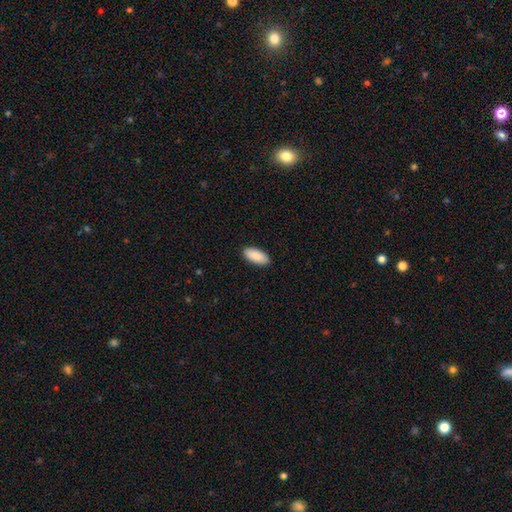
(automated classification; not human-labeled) smooth-or-featured: smooth: 91% | star or artifact: 5% | featured or disk: 4%
  how-rounded: in between: 91% | cigar-shaped: 8% | round: 2%
  merging: none: 90% | minor disturbance: 7% | major disturbance: 2% | merger: 1%